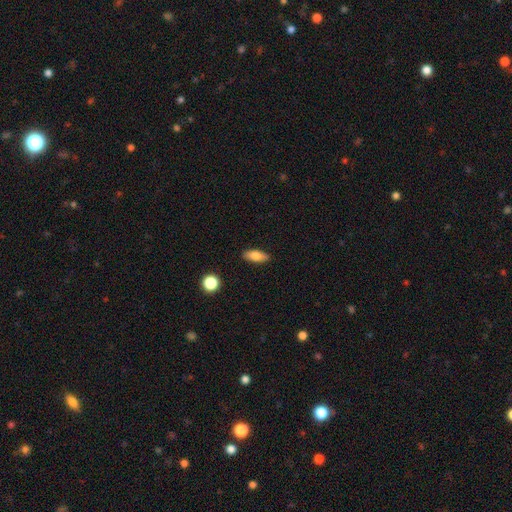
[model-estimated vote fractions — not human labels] smooth 79%, featured or disk 13%, star or artifact 8%. Down the decision tree: how rounded — in between (77%); merging — none (87%).